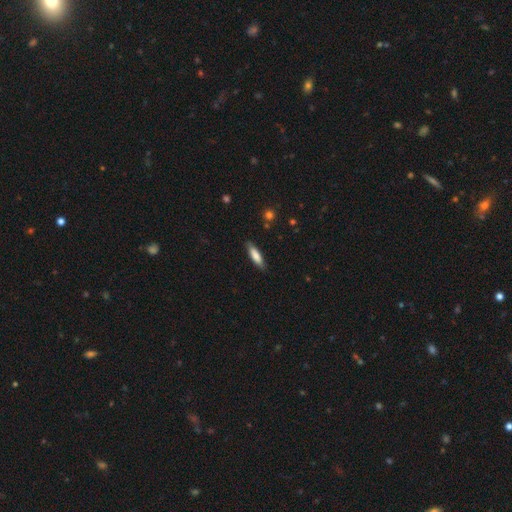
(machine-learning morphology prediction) The model was most divided on "how rounded": cigar-shaped: 65%, in between: 33%, round: 2%. More confident: merging — none (85%); smooth or featured — smooth (78%).